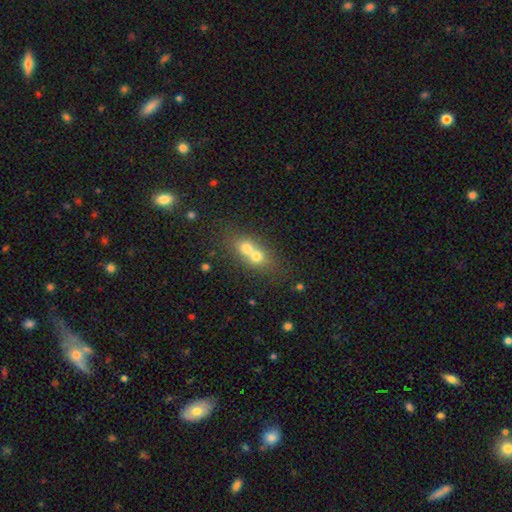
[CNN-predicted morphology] Overall: smooth (63%; featured or disk 25%). How rounded: round (48%; in between 47%). Merging: merger (72%).